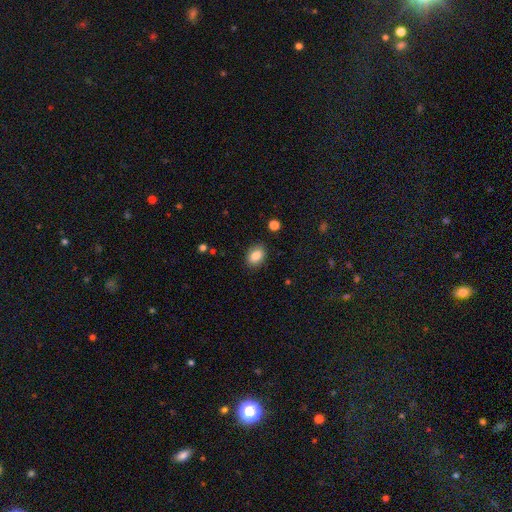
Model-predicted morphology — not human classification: smooth 86%, star or artifact 8%, featured or disk 6%. Down the decision tree: how rounded — in between (73%); merging — none (85%).